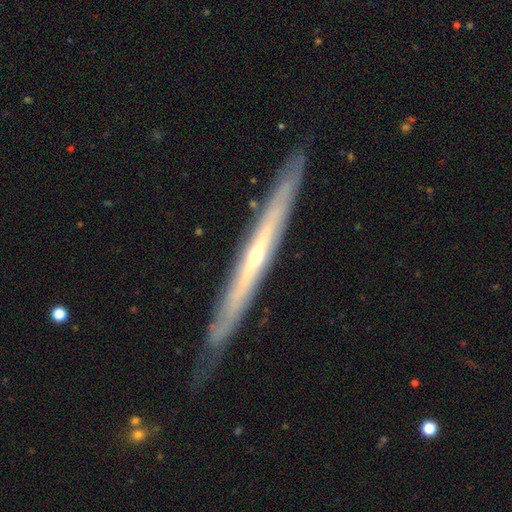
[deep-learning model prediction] Overall: featured or disk (80%). Edge-on disk: yes (89%). Edge-on bulge: rounded (59%; none 39%). Merging: none (81%).